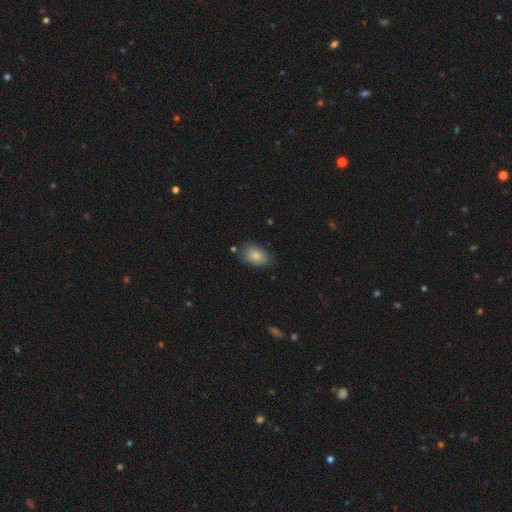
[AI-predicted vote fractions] A smooth galaxy with no disk features (84%) that is in between round and cigar-shaped (87%).

Vote fractions:
- Smooth or featured? smooth: 84% / featured or disk: 8% / star or artifact: 8%
- How rounded? in between: 87% / round: 11% / cigar-shaped: 1%
- Merging? none: 77% / minor disturbance: 16% / major disturbance: 4% / merger: 3%